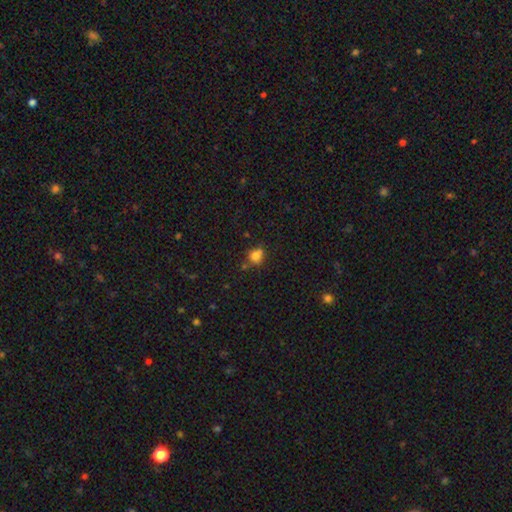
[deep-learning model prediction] This appears to be a smooth galaxy with no disk features (78%) that is round (74%). Merging: none (58%).